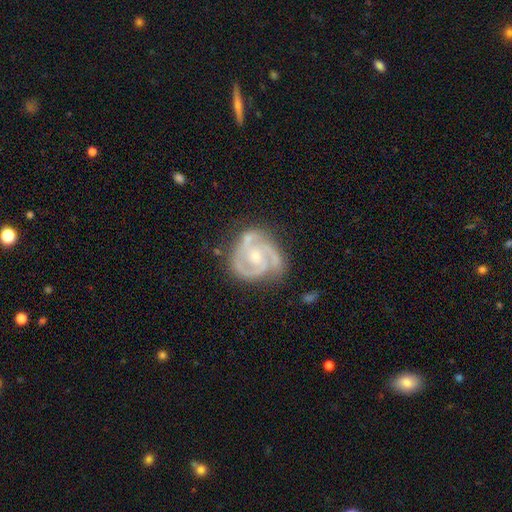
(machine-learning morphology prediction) This appears to be a featured or disk galaxy (91%) with no bar (60%), 2 (43%, tied with 3) tight (55%) spiral arms (98%) and a small central bulge (62%). Merging: none (65%).